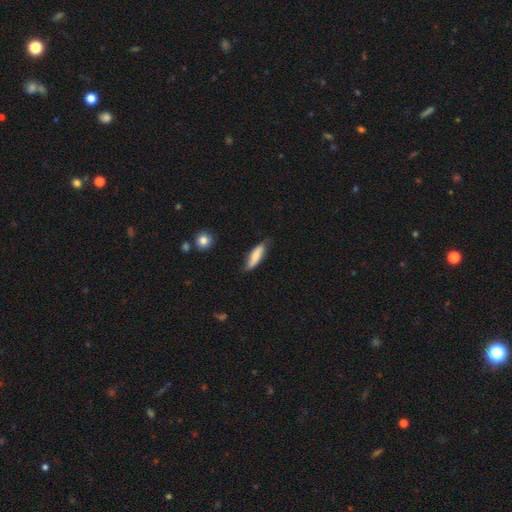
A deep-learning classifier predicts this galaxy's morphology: smooth 72%, featured or disk 22%, star or artifact 6%. Down the decision tree: how rounded — cigar-shaped (57%); merging — none (66%).